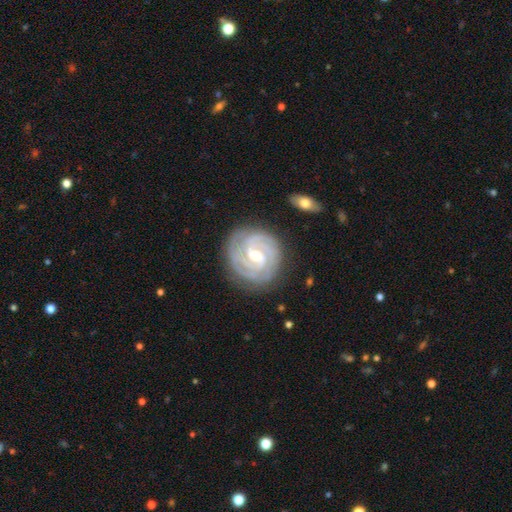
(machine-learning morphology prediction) Smooth or featured: featured or disk — 92% (smooth — 4%)
Edge-on disk: no — 98% (yes — 2%)
Bar: weak — 53% (strong — 29%)
Spiral arms: yes — 99% (no — 1%)
Spiral winding: tight — 82% (medium — 16%)
Spiral arm count: 3 — 37% (2 — 29%)
Bulge size: moderate — 58% (small — 38%)
Merging: none — 83% (minor disturbance — 12%)